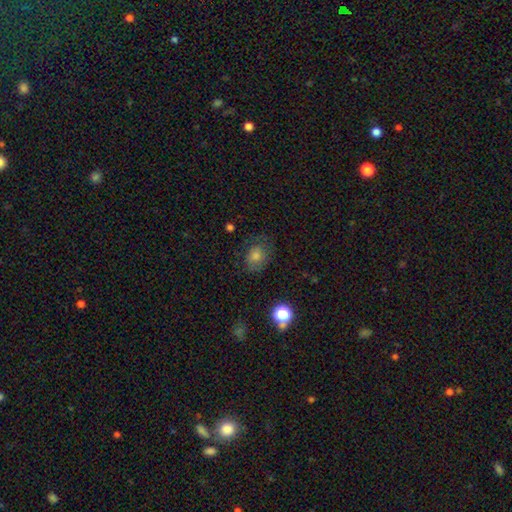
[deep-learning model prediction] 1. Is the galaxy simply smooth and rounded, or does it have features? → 64% smooth, 20% featured or disk, 17% star or artifact.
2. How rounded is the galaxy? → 54% in between, 45% round, 1% cigar-shaped.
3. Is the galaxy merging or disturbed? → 71% none, 19% minor disturbance, 8% major disturbance, 2% merger.